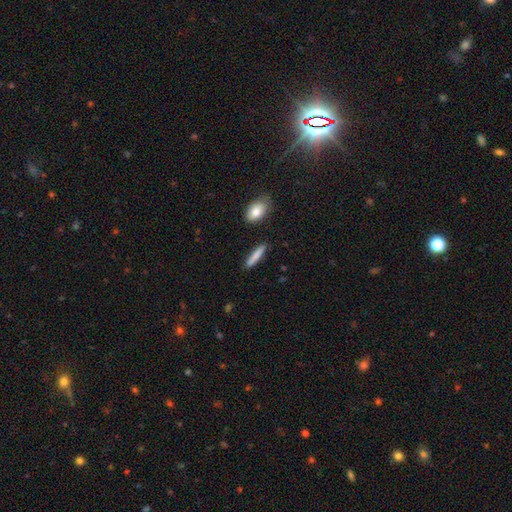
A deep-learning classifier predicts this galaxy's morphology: smooth 80%, featured or disk 14%, star or artifact 6%. Down the decision tree: how rounded — cigar-shaped (87%); merging — none (88%).